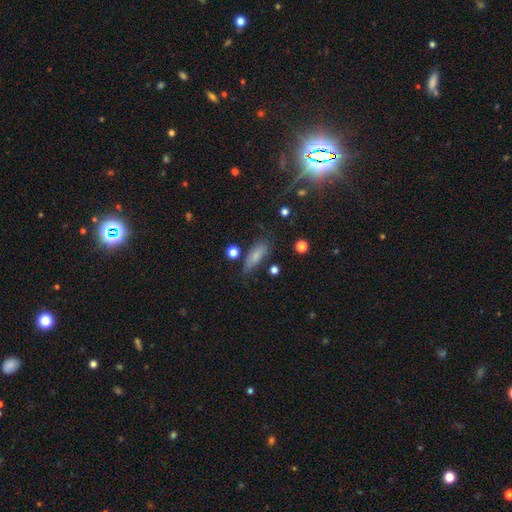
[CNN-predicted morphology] smooth_or_featured: smooth (p=0.74) [alt: featured or disk p=0.17]
how_rounded: in between (p=0.67) [alt: cigar-shaped p=0.29]
merging: none (p=0.66) [alt: minor disturbance p=0.23]